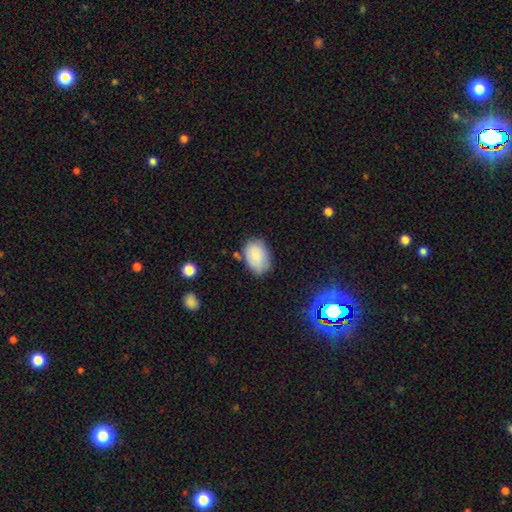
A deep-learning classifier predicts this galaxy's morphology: Q: Smooth or featured?
A: smooth (82%); runner-up: featured or disk (10%)
Q: How rounded?
A: in between (86%); runner-up: round (13%)
Q: Merging?
A: none (71%); runner-up: minor disturbance (21%)